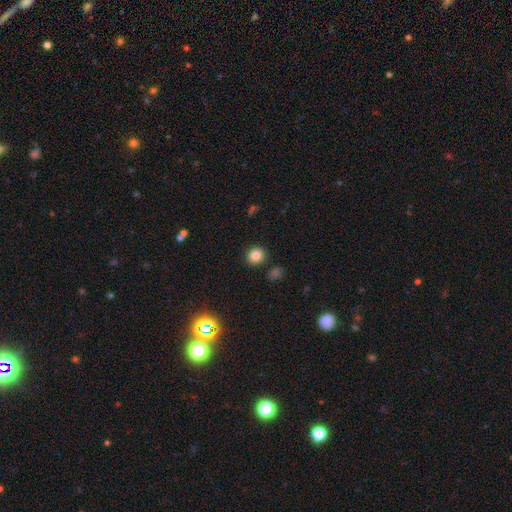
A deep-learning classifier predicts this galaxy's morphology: This appears to be a smooth galaxy with no disk features (83%) that is round (82%). Merging: none (88%).